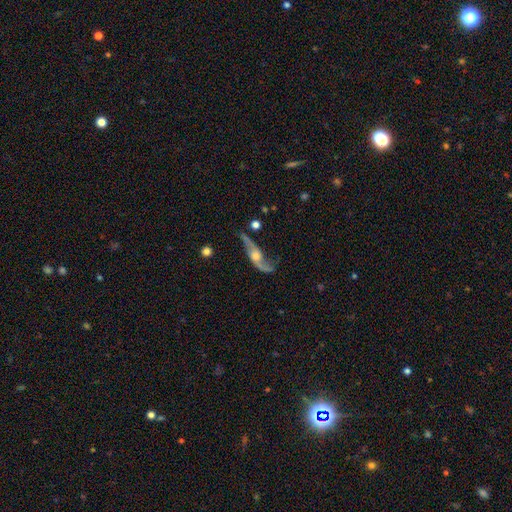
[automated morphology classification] A featured or disk galaxy (83%) with no bar (64%), 2 (90%) loose (85%) spiral arms (93%) and a moderate central bulge (55%).

Vote fractions:
- Smooth or featured? featured or disk: 83% / smooth: 11% / star or artifact: 6%
- Edge-on disk? no: 78% / yes: 22%
- Bar? no: 64% / weak: 27% / strong: 8%
- Spiral arms? yes: 93% / no: 7%
- Spiral winding? loose: 85% / medium: 12% / tight: 4%
- Spiral arm count? 2: 90% / 1: 4% / can't tell: 3% / 3: 1% / 4: 1% / more than 4: 1%
- Bulge size? moderate: 55% / small: 26% / large: 12% / none: 5% / dominant: 2%
- Merging? none: 59% / minor disturbance: 22% / major disturbance: 16% / merger: 4%